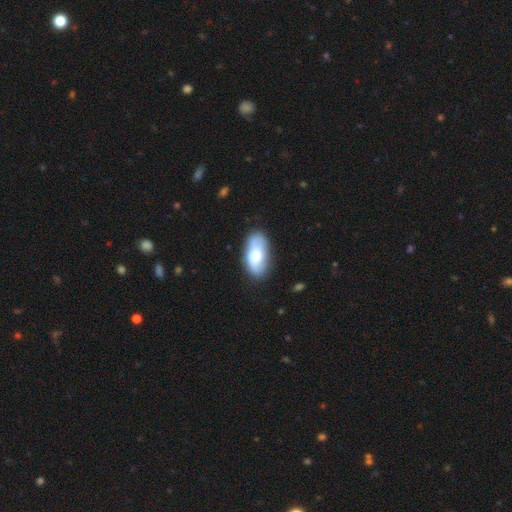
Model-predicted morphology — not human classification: smooth_or_featured: smooth (p=0.69) [alt: featured or disk p=0.25]
how_rounded: in between (p=0.93) [alt: cigar-shaped p=0.04]
merging: none (p=0.74) [alt: minor disturbance p=0.19]